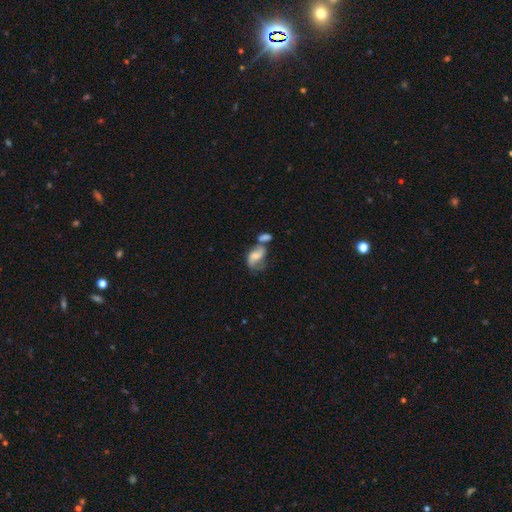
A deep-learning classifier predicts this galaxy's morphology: The model was most divided on "bulge size": moderate: 37%, small: 35%, none: 19%, large: 8%, dominant: 2%. Remaining: edge-on disk — no (97%); spiral arms — yes (87%); spiral arm count — 2 (79%); smooth or featured — featured or disk (68%); spiral winding — loose (57%); bar — no (46%); merging — merger (40%).